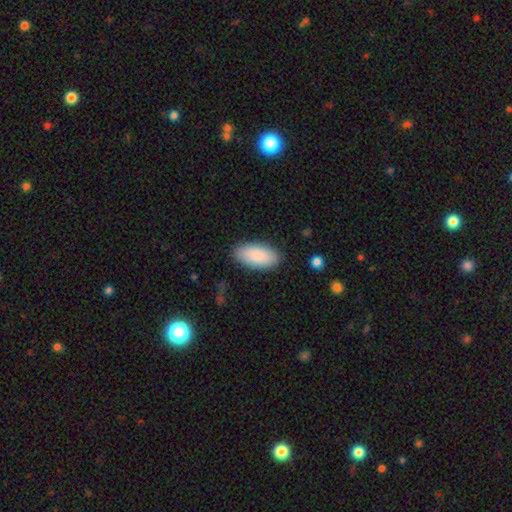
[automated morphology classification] A smooth galaxy with no disk features (89%) that is in between round and cigar-shaped (92%).

Vote fractions:
- Smooth or featured? smooth: 89% / featured or disk: 6% / star or artifact: 6%
- How rounded? in between: 92% / cigar-shaped: 6% / round: 2%
- Merging? none: 87% / minor disturbance: 9% / major disturbance: 2% / merger: 1%